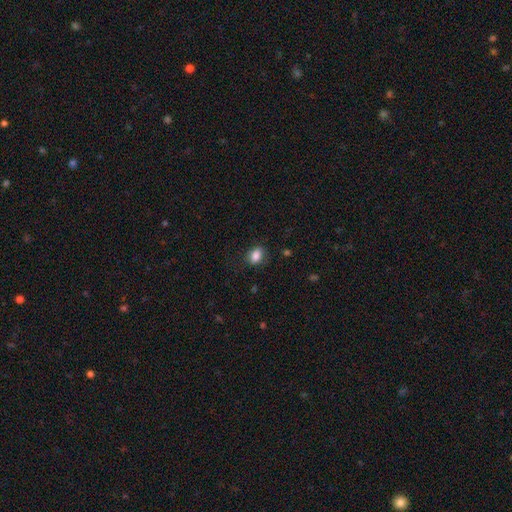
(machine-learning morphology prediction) type=smooth (85%); roundness=in between (75%); merging=none (81%).